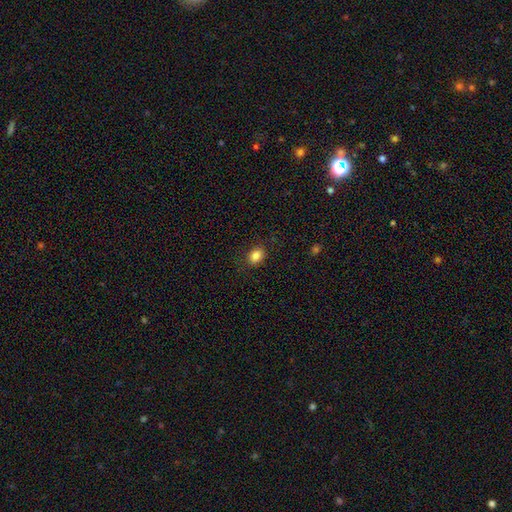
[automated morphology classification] smooth_or_featured: smooth (p=0.85) [alt: star or artifact p=0.10]
how_rounded: in between (p=0.57) [alt: round p=0.42]
merging: none (p=0.87) [alt: minor disturbance p=0.10]